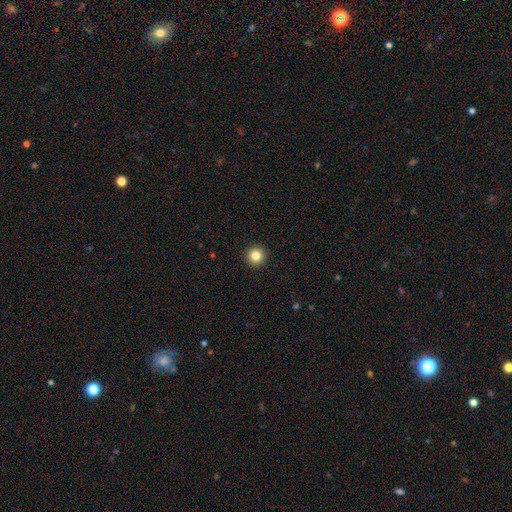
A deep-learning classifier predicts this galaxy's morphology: This is clearly a smooth galaxy (83%). How rounded: clearly round (96%). Merging: clearly none (94%).